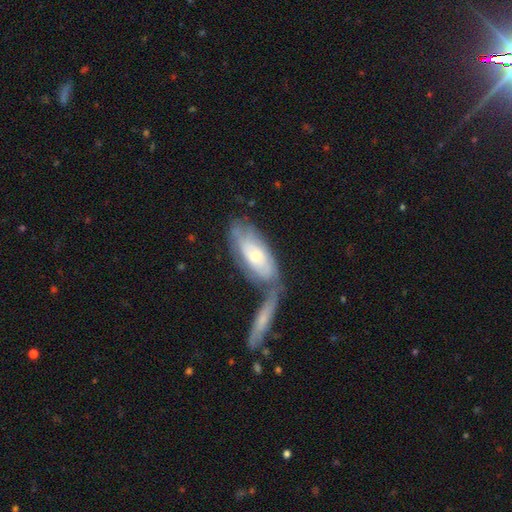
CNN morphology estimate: smooth-or-featured: featured or disk: 58% | smooth: 37% | star or artifact: 5%
  disk-edge-on: no: 82% | yes: 18%
  merging: merger: 39% | none: 38% | minor disturbance: 16% | major disturbance: 7%